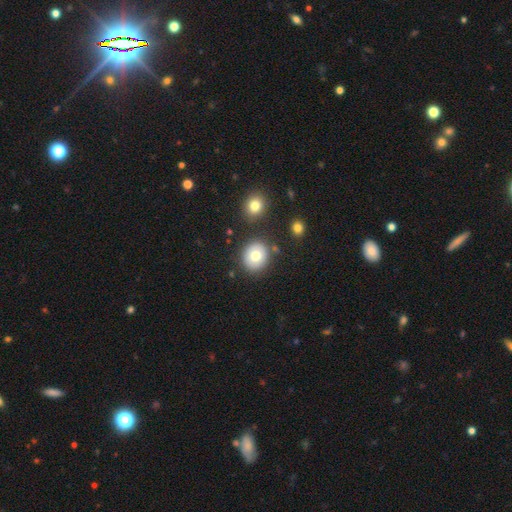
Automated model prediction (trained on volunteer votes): Smooth or featured? Predicted: smooth (p=0.73). How rounded? Predicted: round (p=0.75). Merging? Predicted: none (p=0.82).